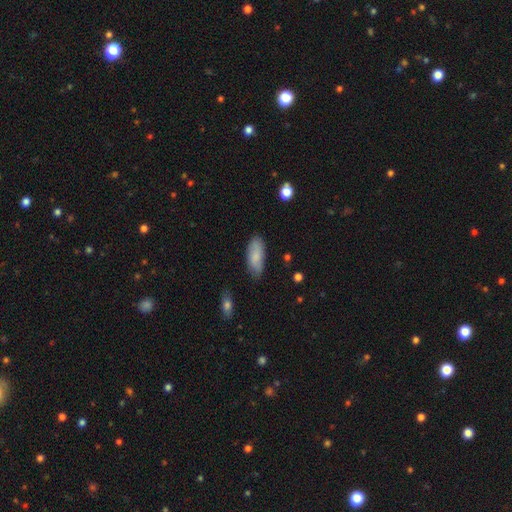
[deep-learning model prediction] A smooth galaxy with no disk features (79%) that is in between round and cigar-shaped (85%). Merging: none (76%).